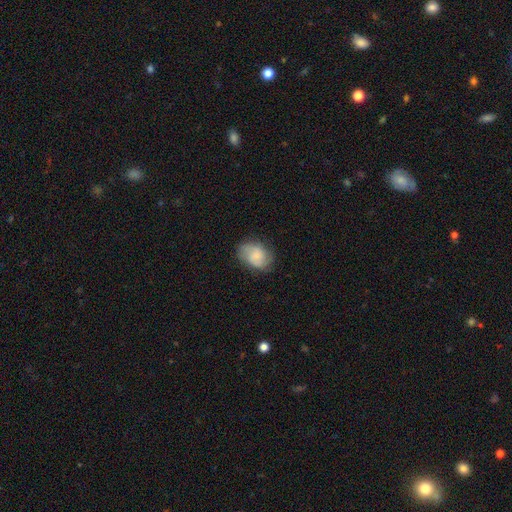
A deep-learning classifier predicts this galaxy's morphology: This is possibly a smooth galaxy (55%). How rounded: likely in between (67%). Merging: likely none (67%).